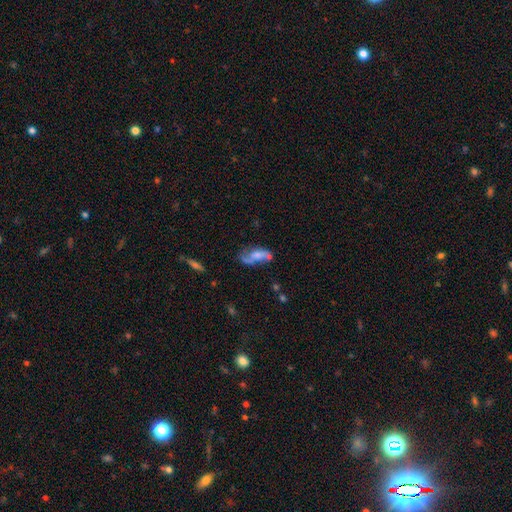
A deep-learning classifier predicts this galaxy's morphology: Smooth or featured?
  - featured or disk: 52% *
  - smooth: 39%
  - star or artifact: 9%
Edge-on disk?
  - no: 88% *
  - yes: 12%
Merging?
  - none: 41% *
  - minor disturbance: 26%
  - major disturbance: 22%
  - merger: 11%